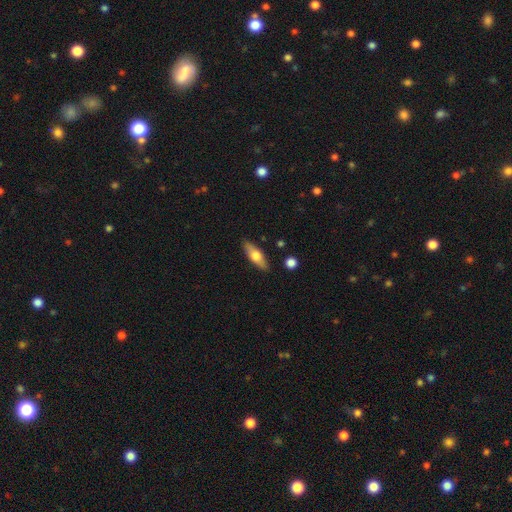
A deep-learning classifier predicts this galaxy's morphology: Smooth or featured?
  - smooth: 57% *
  - featured or disk: 37%
  - star or artifact: 6%
How rounded?
  - in between: 59% *
  - cigar-shaped: 38%
  - round: 3%
Merging?
  - none: 86% *
  - minor disturbance: 10%
  - major disturbance: 2%
  - merger: 2%